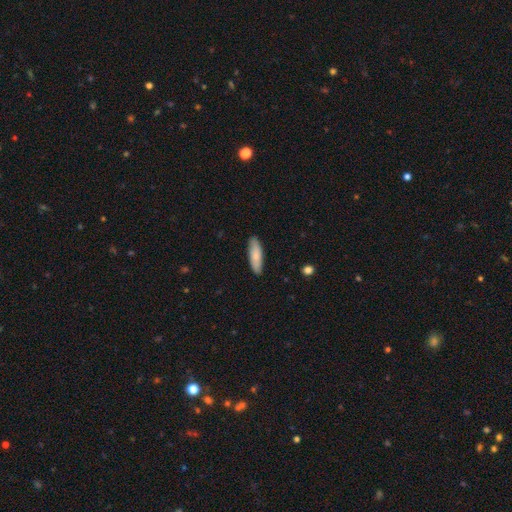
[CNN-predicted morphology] A smooth galaxy with no disk features (79%) that is cigar-shaped (52%).

Vote fractions:
- Smooth or featured? smooth: 79% / featured or disk: 16% / star or artifact: 5%
- How rounded? cigar-shaped: 52% / in between: 46% / round: 2%
- Merging? none: 88% / minor disturbance: 10% / major disturbance: 2% / merger: 1%